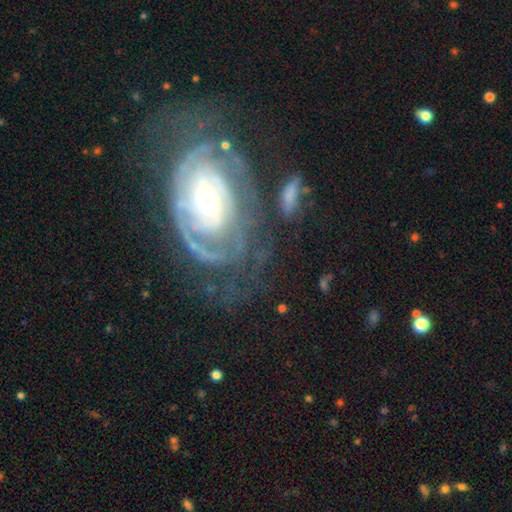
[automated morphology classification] A featured or disk galaxy (85%) with no bar (63%), tight (73%) spiral arms (90%) and a moderate central bulge (55%).

Vote fractions:
- Smooth or featured? featured or disk: 85% / smooth: 9% / star or artifact: 6%
- Edge-on disk? no: 96% / yes: 4%
- Bar? no: 63% / weak: 26% / strong: 11%
- Spiral arms? yes: 90% / no: 10%
- Spiral winding? tight: 73% / medium: 20% / loose: 7%
- Spiral arm count? can't tell: 42% / 2: 25% / 3: 14% / 4: 7% / 1: 7% / more than 4: 5%
- Bulge size? moderate: 55% / small: 37% / large: 6% / dominant: 1% / none: 1%
- Merging? none: 55% / minor disturbance: 21% / major disturbance: 19% / merger: 5%